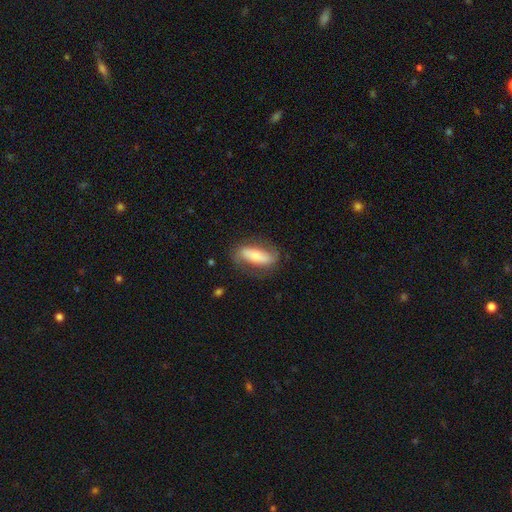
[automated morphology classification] type=smooth (53%); roundness=in between (64%); merging=none (75%).